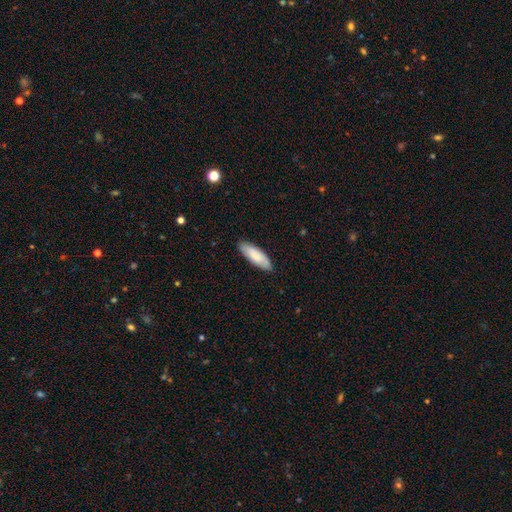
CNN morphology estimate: The model was most divided on "how rounded": in between: 61%, cigar-shaped: 37%, round: 1%. More confident: merging — none (86%); smooth or featured — smooth (81%).